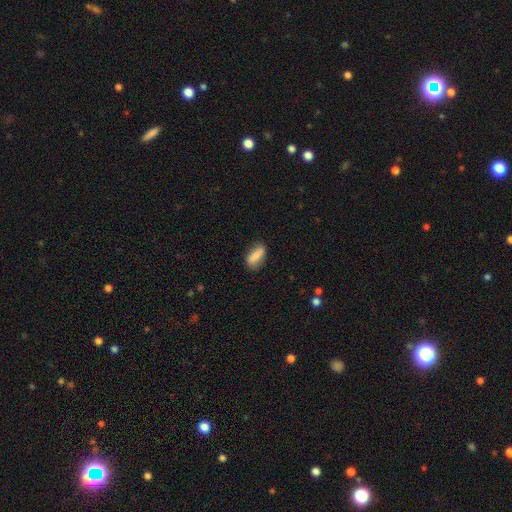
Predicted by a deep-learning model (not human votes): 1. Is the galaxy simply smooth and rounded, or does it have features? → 80% smooth, 13% featured or disk, 7% star or artifact.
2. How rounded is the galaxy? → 74% in between, 22% cigar-shaped, 4% round.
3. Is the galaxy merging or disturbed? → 76% none, 18% minor disturbance, 4% major disturbance, 2% merger.